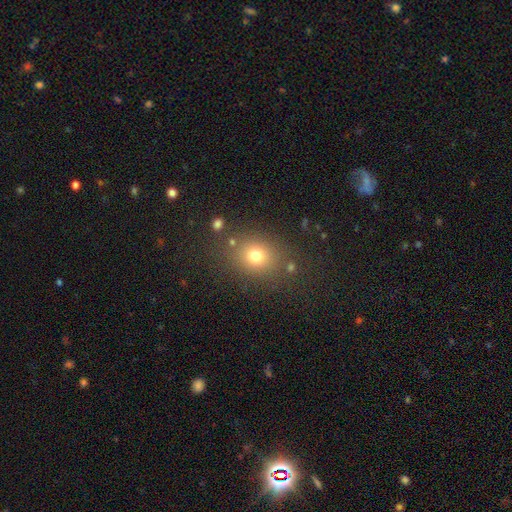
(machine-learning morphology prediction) The model was most divided on "how rounded": round: 64%, in between: 35%, cigar-shaped: 1%. More confident: merging — none (79%); smooth or featured — smooth (75%).